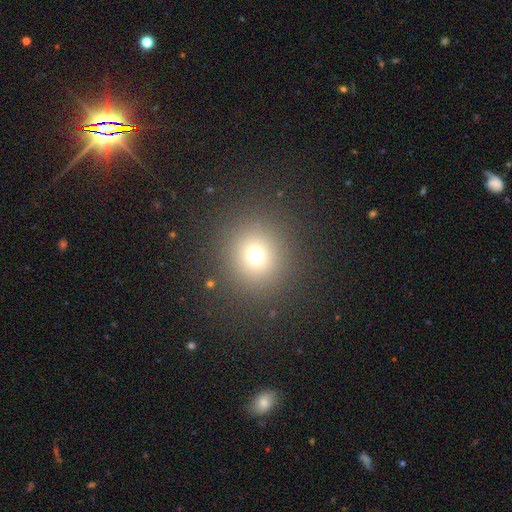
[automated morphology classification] type=smooth (69%); roundness=round (92%); merging=none (87%).